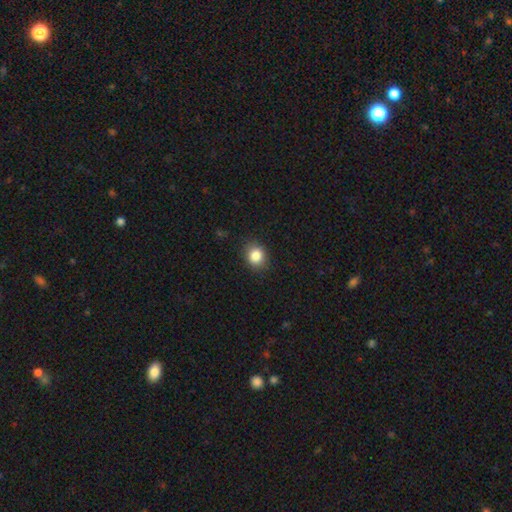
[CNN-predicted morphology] smooth 85%, star or artifact 10%, featured or disk 5%. Down the decision tree: how rounded — round (69%); merging — none (87%).